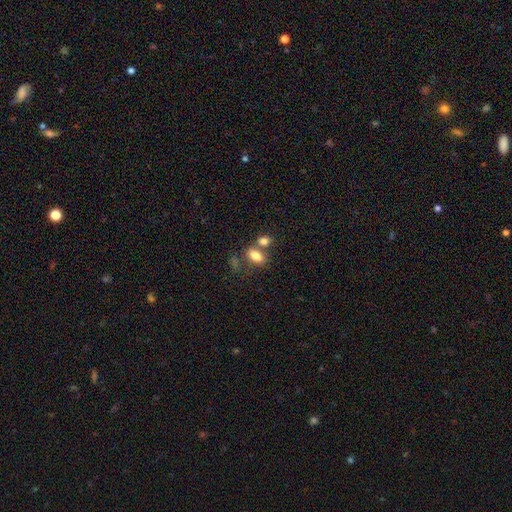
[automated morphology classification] smooth 81%, featured or disk 10%, star or artifact 9%. Down the decision tree: how rounded — in between (86%); merging — none (48%).